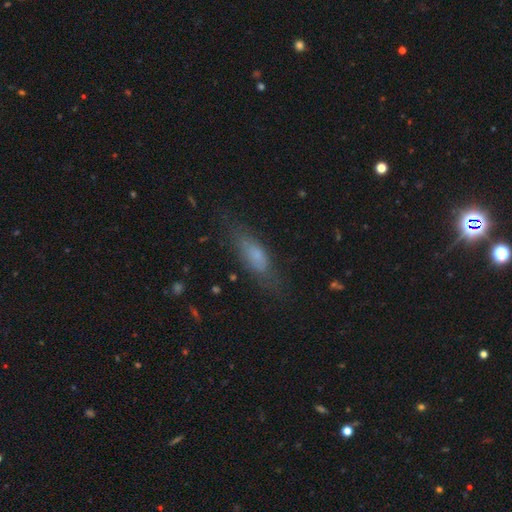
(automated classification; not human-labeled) smooth-or-featured: smooth: 60% | featured or disk: 30% | star or artifact: 10%
  how-rounded: cigar-shaped: 49% (tied) | in between: 49% (tied) | round: 3%
  merging: none: 67% | minor disturbance: 21% | major disturbance: 10% | merger: 2%